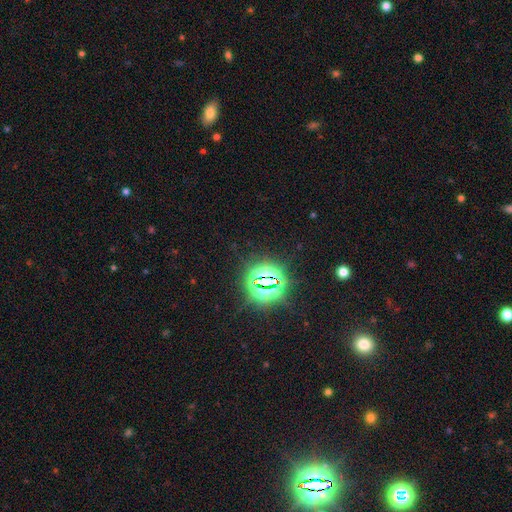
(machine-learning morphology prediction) Smooth or featured? Predicted: star or artifact (p=0.81).